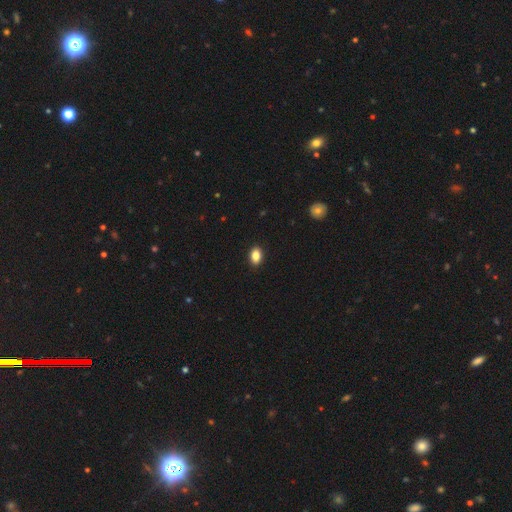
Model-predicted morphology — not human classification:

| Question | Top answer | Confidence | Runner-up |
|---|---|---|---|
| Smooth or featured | smooth | 86% | star or artifact (9%) |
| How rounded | in between | 86% | round (12%) |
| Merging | none | 90% | minor disturbance (8%) |